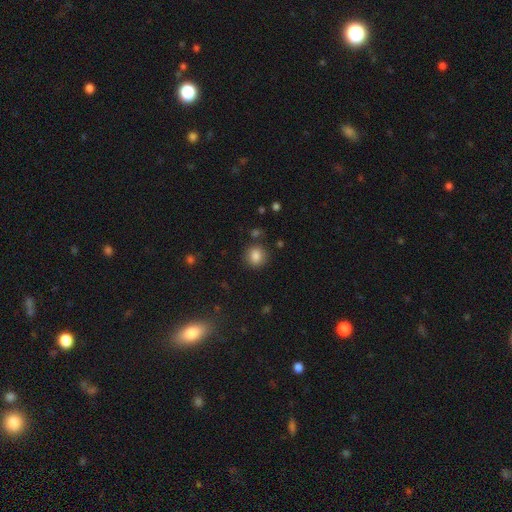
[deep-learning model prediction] smooth_or_featured: smooth (p=0.85) [alt: star or artifact p=0.10]
how_rounded: round (p=0.83) [alt: in between p=0.16]
merging: none (p=0.86) [alt: minor disturbance p=0.08]